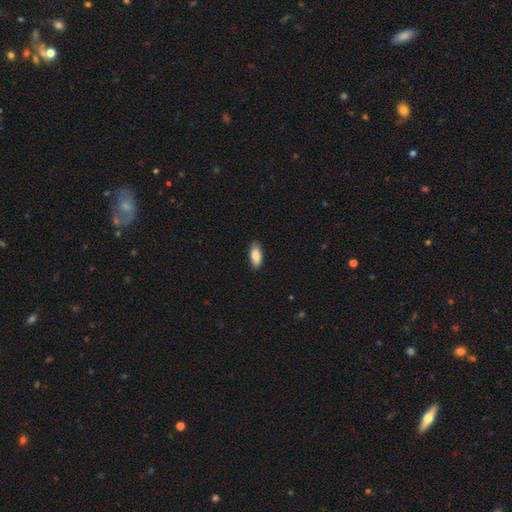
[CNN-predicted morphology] Smooth or featured?
  - smooth: 89% *
  - star or artifact: 6%
  - featured or disk: 5%
How rounded?
  - in between: 88% *
  - cigar-shaped: 10%
  - round: 2%
Merging?
  - none: 84% *
  - minor disturbance: 13%
  - major disturbance: 2%
  - merger: 1%